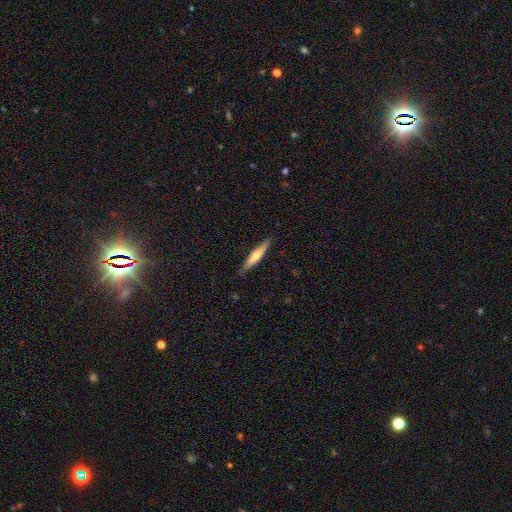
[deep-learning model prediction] A smooth galaxy with no disk features (53%) that is cigar-shaped (88%). Merging: none (86%).